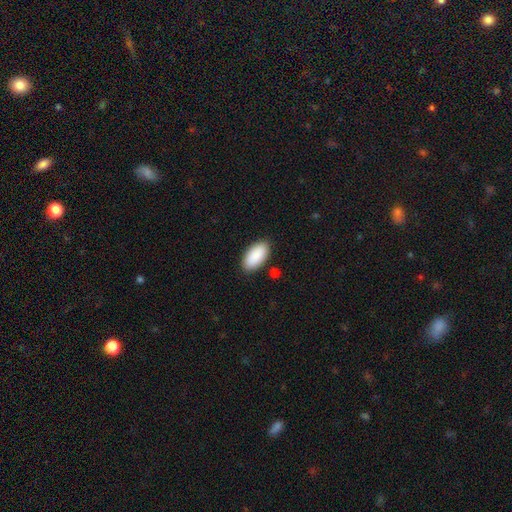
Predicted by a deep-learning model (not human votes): A smooth galaxy with no disk features (91%) that is in between round and cigar-shaped (95%).

Vote fractions:
- Smooth or featured? smooth: 91% / star or artifact: 6% / featured or disk: 4%
- How rounded? in between: 95% / cigar-shaped: 3% / round: 2%
- Merging? none: 87% / minor disturbance: 9% / major disturbance: 2% / merger: 2%